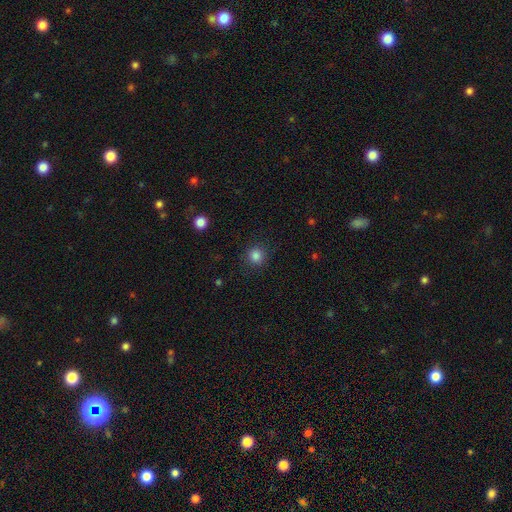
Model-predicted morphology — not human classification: smooth 84%, star or artifact 12%, featured or disk 4%. Down the decision tree: how rounded — round (93%); merging — none (89%).